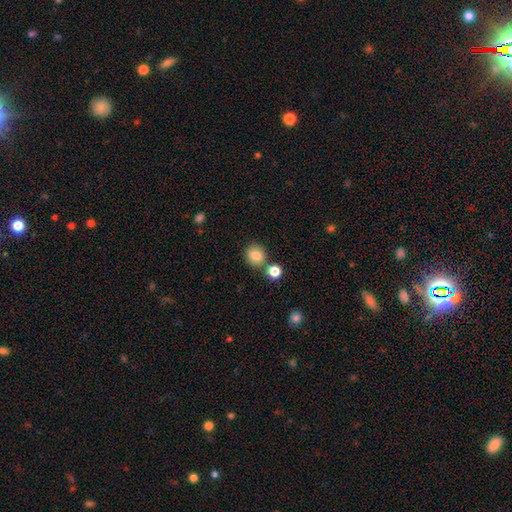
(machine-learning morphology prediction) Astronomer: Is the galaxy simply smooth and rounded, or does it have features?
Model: smooth — 82%.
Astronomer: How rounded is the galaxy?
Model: round — 78%.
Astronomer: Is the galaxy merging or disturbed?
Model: none — 72%.